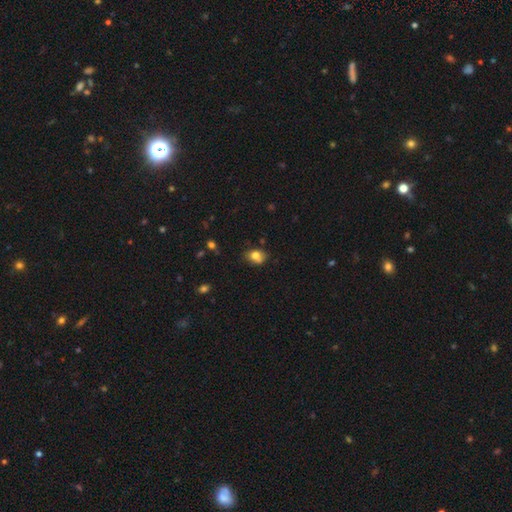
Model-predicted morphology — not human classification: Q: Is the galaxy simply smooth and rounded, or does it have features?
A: smooth — 76%.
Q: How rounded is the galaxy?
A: in between — 59%.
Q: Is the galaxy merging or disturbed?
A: none — 59%.